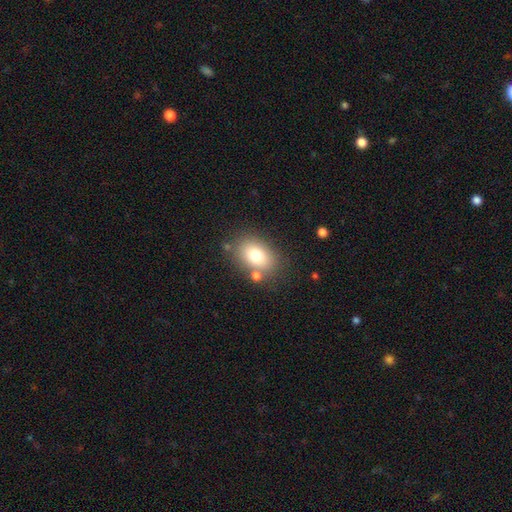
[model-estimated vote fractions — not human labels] The model was most divided on "how rounded": in between: 77%, round: 22%, cigar-shaped: 1%. More confident: smooth or featured — smooth (75%); merging — none (74%).